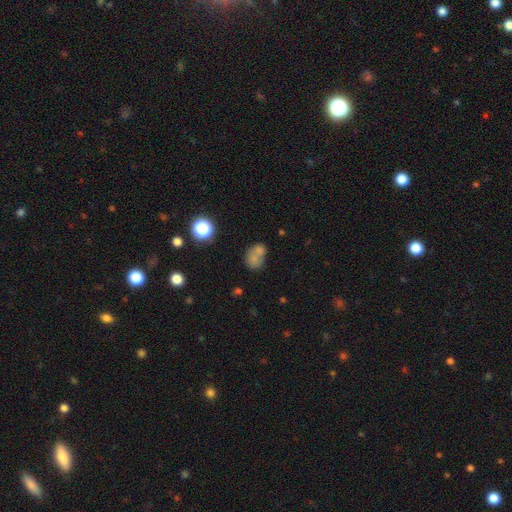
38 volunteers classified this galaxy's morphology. Volunteers were most divided on "how rounded": round: 64%, in between: 36%, cigar-shaped: 0%. More confident: smooth or featured — smooth (74%); merging — merger (63%).